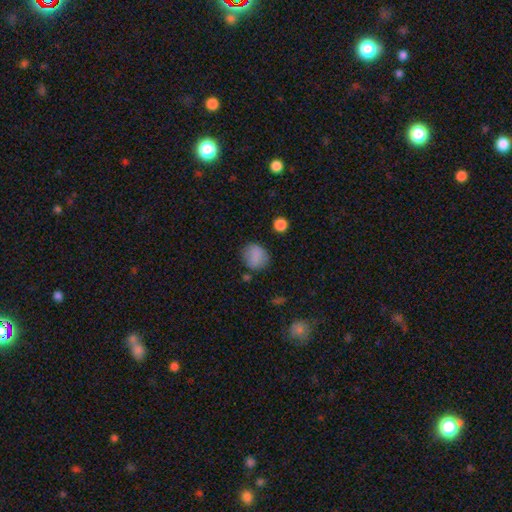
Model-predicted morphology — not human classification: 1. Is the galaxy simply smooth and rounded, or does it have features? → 82% smooth, 10% star or artifact, 8% featured or disk.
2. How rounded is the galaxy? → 75% round, 24% in between, 1% cigar-shaped.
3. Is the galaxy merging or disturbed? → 74% none, 17% minor disturbance, 5% major disturbance, 3% merger.